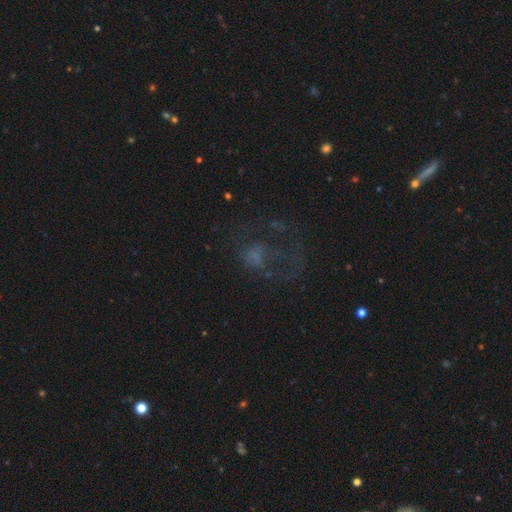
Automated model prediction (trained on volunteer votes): featured or disk 45%, smooth 30%, star or artifact 24%. Down the decision tree: merging — major disturbance (48%).